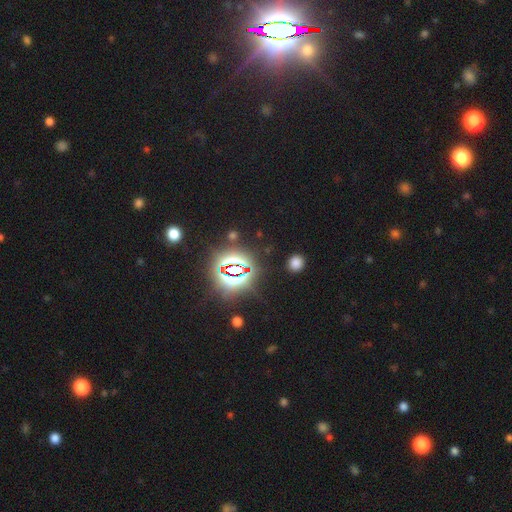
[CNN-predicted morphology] star or artifact 85%, smooth 8%, featured or disk 7%.